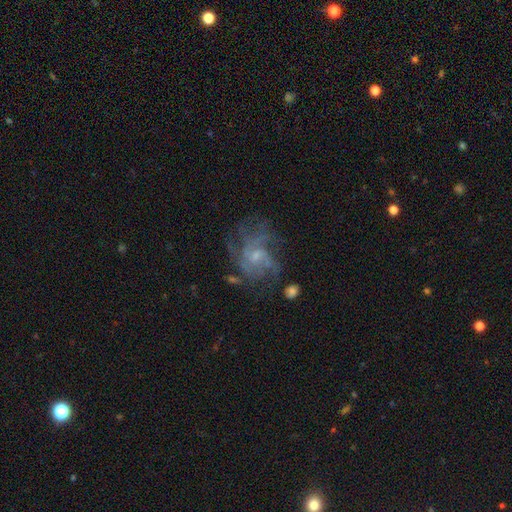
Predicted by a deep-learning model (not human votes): featured or disk 72%, smooth 15%, star or artifact 13%. Down the decision tree: edge-on disk — no (98%); bar — no (68%); spiral arms — yes (75%); spiral arm count — can't tell (44%); spiral winding — medium (44%); bulge size — small (54%); merging — none (51%).